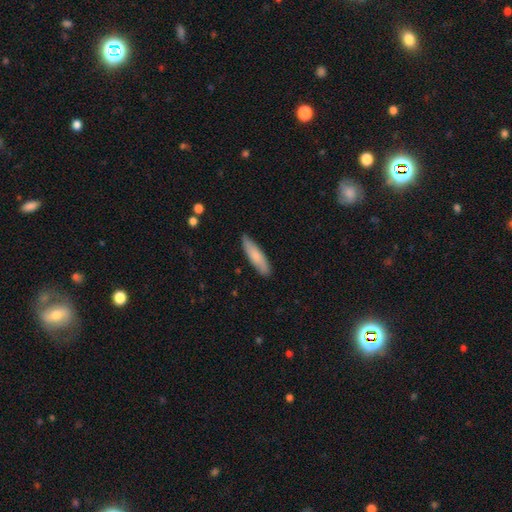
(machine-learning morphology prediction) type=smooth (78%); roundness=cigar-shaped (68%); merging=none (85%).